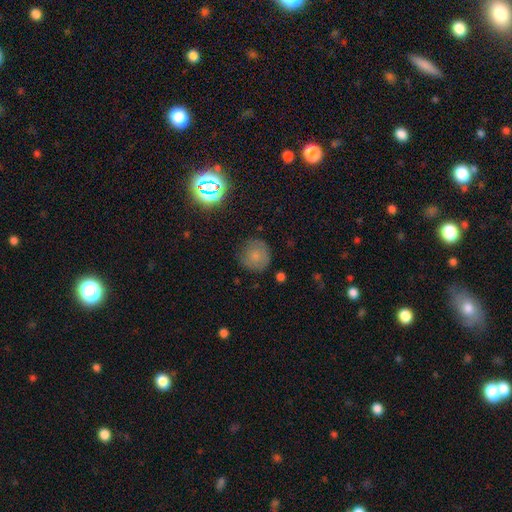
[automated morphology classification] This is likely a smooth galaxy (74%). How rounded: clearly round (91%). Merging: likely none (76%).